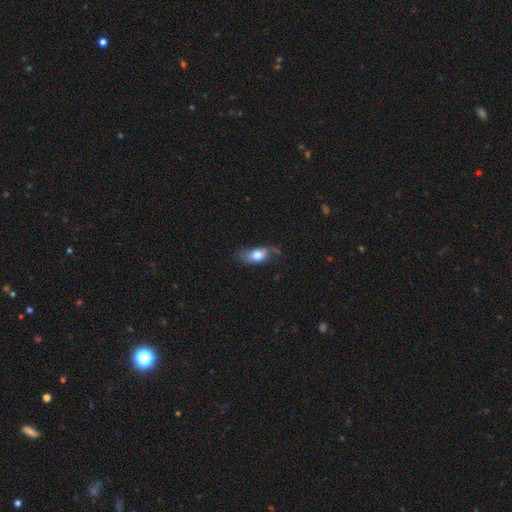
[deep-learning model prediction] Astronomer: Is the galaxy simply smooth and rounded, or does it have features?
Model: smooth — 73%.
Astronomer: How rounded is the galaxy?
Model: in between — 83%.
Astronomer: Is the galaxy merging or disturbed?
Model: none — 40% (runner-up: minor disturbance, 36%).